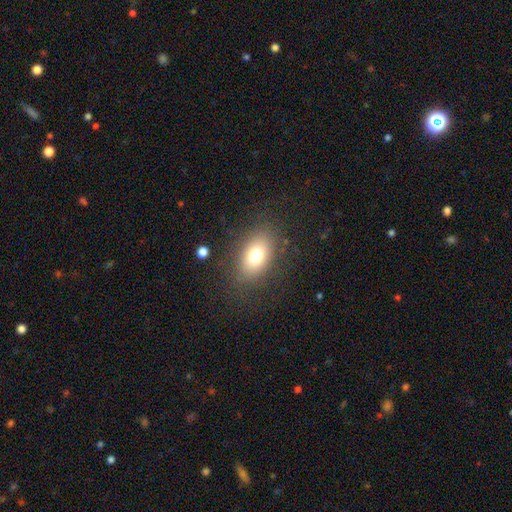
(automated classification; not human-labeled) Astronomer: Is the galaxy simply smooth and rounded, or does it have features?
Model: smooth — 74%.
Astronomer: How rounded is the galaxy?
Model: in between — 82%.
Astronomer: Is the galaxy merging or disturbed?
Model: none — 81%.